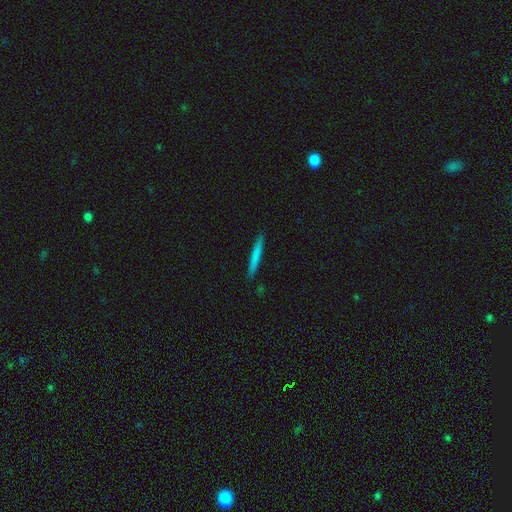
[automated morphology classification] This appears to be a smooth galaxy with no disk features (71%) that is cigar-shaped (96%). Merging: none (91%).